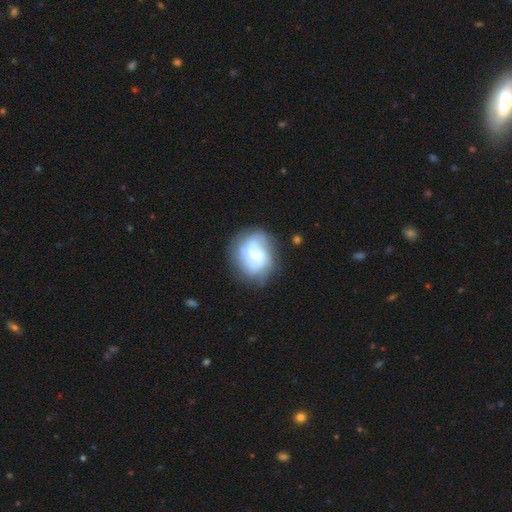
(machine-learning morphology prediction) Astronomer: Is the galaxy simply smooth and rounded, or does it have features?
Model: featured or disk — 72%.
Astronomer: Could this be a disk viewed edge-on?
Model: no — 98%.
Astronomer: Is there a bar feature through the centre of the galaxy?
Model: no — 53% (runner-up: weak, 39%).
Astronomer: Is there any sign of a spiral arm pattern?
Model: yes — 86%.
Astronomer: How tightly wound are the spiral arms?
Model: tight — 43% (runner-up: medium, 40%).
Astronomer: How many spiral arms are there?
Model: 2 — 35% (runner-up: can't tell, 32%).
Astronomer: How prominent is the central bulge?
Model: small — 51% (runner-up: moderate, 39%).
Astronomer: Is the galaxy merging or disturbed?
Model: none — 66%.